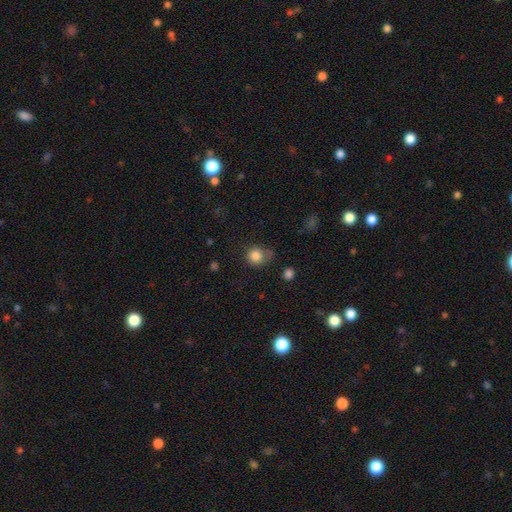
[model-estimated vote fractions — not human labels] The model was most divided on "merging": none: 56%, minor disturbance: 28%, major disturbance: 11%, merger: 5%. More confident: smooth or featured — smooth (84%); how rounded — round (84%).